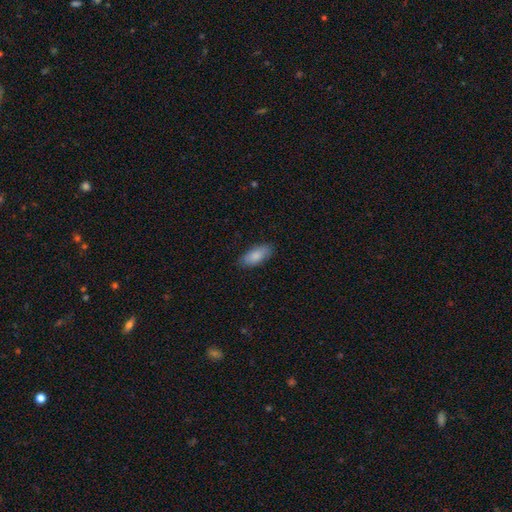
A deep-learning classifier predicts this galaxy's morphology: smooth-or-featured: smooth: 86% | featured or disk: 9% | star or artifact: 6%
  how-rounded: in between: 85% | cigar-shaped: 14% | round: 2%
  merging: none: 85% | minor disturbance: 12% | major disturbance: 2% | merger: 1%